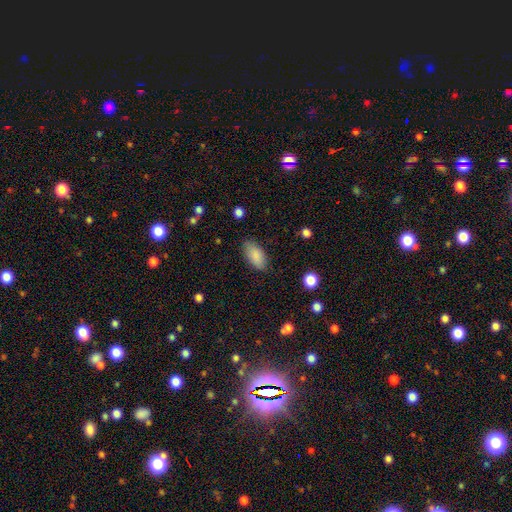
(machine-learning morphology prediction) Q: Smooth or featured?
A: smooth (87%); runner-up: featured or disk (7%)
Q: How rounded?
A: in between (93%); runner-up: cigar-shaped (5%)
Q: Merging?
A: none (83%); runner-up: minor disturbance (13%)